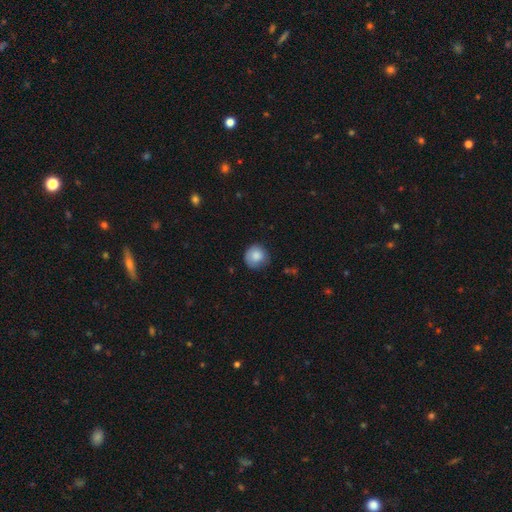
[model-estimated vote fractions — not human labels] The model was most divided on "merging": none: 70%, minor disturbance: 23%, major disturbance: 5%, merger: 2%. More confident: how rounded — round (91%); smooth or featured — smooth (84%).